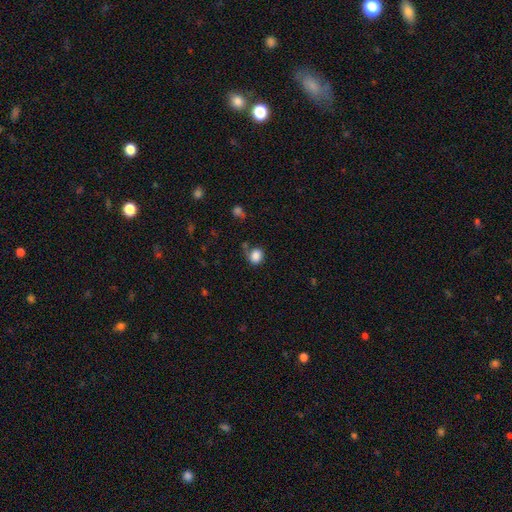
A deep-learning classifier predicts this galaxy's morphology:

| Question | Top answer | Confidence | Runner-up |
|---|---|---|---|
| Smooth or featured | smooth | 85% | star or artifact (10%) |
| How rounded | round | 69% | in between (30%) |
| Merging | none | 63% | minor disturbance (21%) |